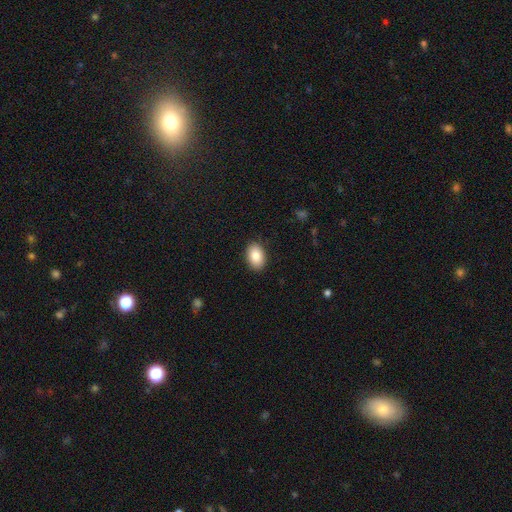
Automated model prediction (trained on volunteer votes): smooth-or-featured: smooth: 87% | star or artifact: 7% | featured or disk: 6%
  how-rounded: in between: 89% | round: 10% | cigar-shaped: 1%
  merging: none: 89% | minor disturbance: 8% | major disturbance: 2% | merger: 1%